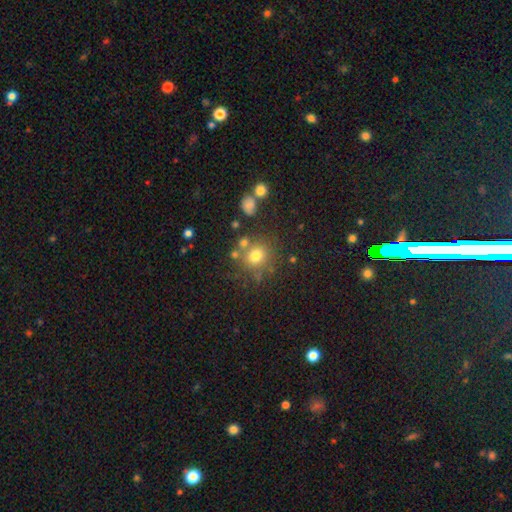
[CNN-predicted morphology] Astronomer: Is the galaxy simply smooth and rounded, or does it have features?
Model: smooth — 73%.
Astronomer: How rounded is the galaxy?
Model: round — 86%.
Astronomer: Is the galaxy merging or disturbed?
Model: none — 72%.